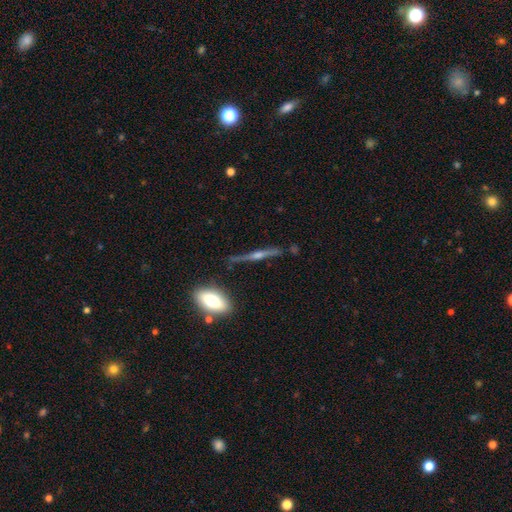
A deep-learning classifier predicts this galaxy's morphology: A featured or disk galaxy (76%) viewed edge-on (96%) with a rounded central bulge (89%). Merging: none (84%).